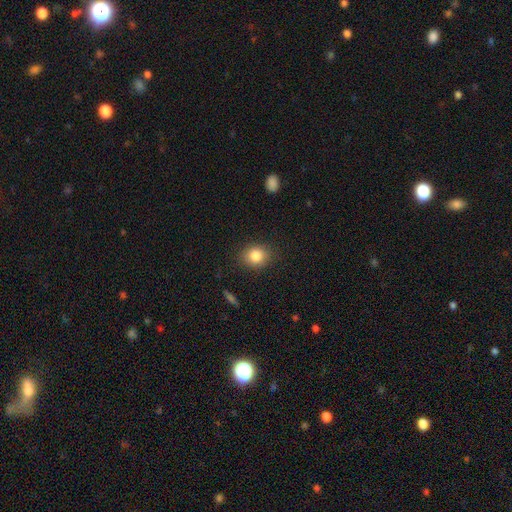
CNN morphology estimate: Smooth or featured? smooth (84%)
How rounded? round (64%)
Merging? none (85%)